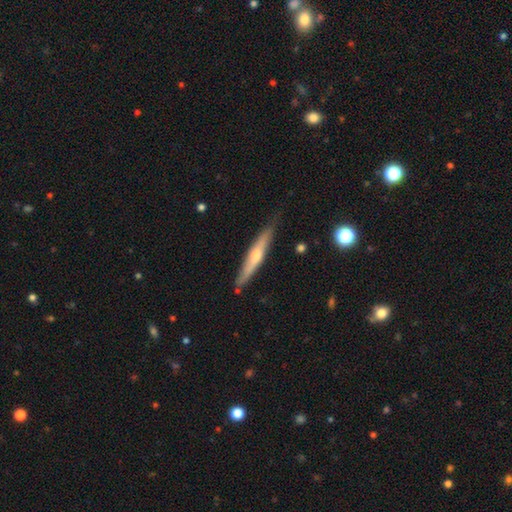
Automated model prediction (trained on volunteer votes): This appears to be a featured or disk galaxy (56%) viewed edge-on (92%) with a rounded central bulge (77%). Merging: none (82%).